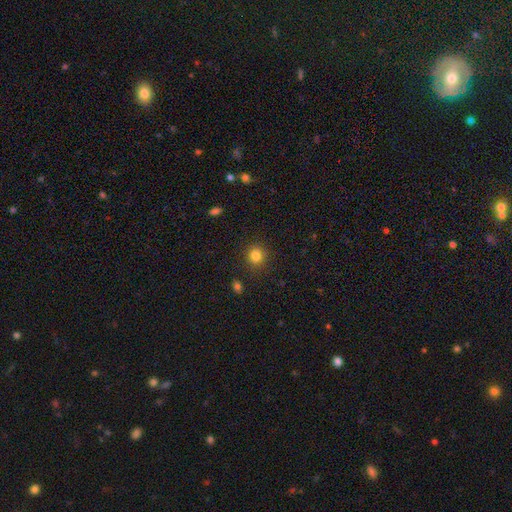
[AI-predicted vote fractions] Smooth or featured?
  - smooth: 82% *
  - star or artifact: 13%
  - featured or disk: 5%
How rounded?
  - round: 84% *
  - in between: 15%
  - cigar-shaped: 1%
Merging?
  - none: 86% *
  - minor disturbance: 9%
  - major disturbance: 3%
  - merger: 2%